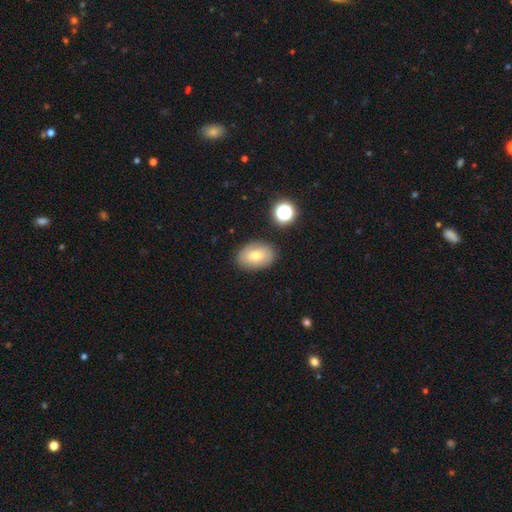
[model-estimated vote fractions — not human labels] A smooth galaxy with no disk features (70%) that is in between round and cigar-shaped (82%). Merging: none (84%).